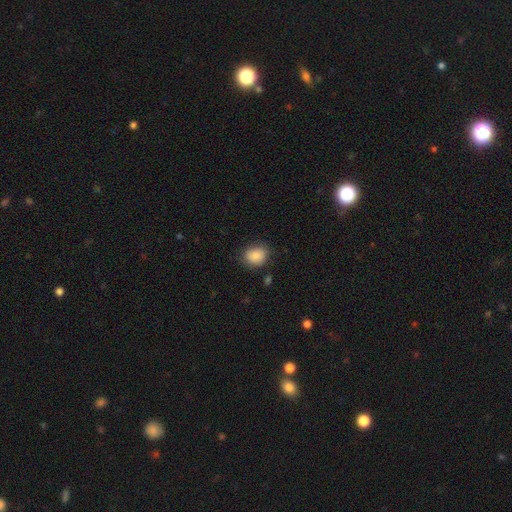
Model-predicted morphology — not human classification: Smooth or featured: smooth — 85% (star or artifact — 8%)
How rounded: round — 58% (in between — 41%)
Merging: none — 78% (minor disturbance — 17%)